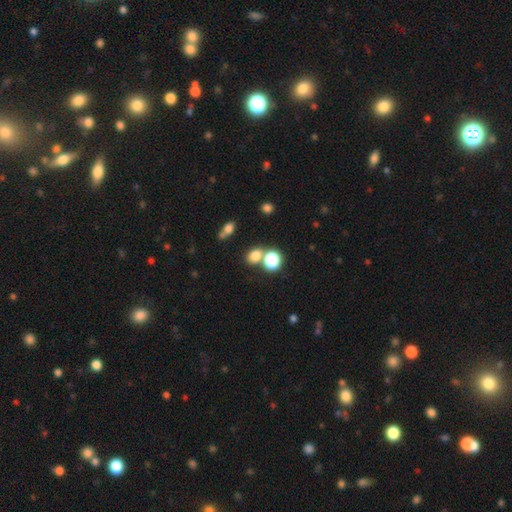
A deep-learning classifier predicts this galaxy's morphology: Smooth or featured?
  - smooth: 74% *
  - star or artifact: 19%
  - featured or disk: 7%
How rounded?
  - round: 56% *
  - in between: 43%
  - cigar-shaped: 1%
Merging?
  - none: 57% *
  - merger: 30%
  - minor disturbance: 9%
  - major disturbance: 4%